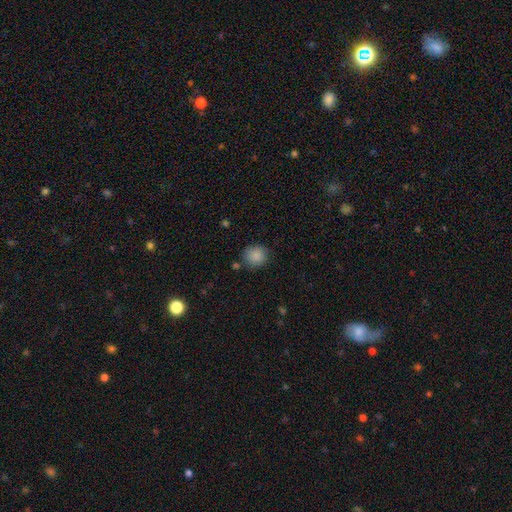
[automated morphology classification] smooth_or_featured: smooth (p=0.88) [alt: star or artifact p=0.08]
how_rounded: round (p=0.88) [alt: in between p=0.11]
merging: none (p=0.81) [alt: minor disturbance p=0.12]